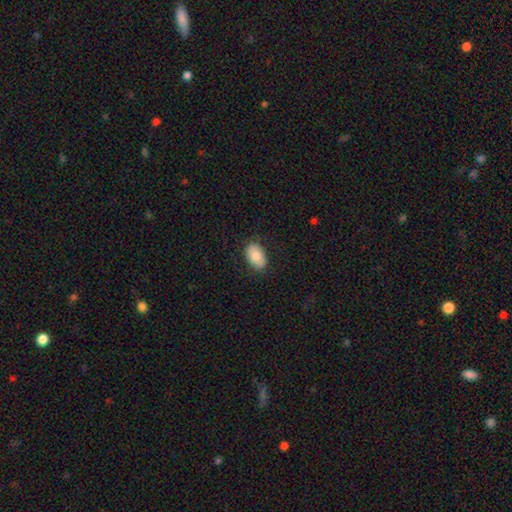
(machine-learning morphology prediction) smooth-or-featured: smooth: 77% | featured or disk: 16% | star or artifact: 7%
  how-rounded: in between: 89% | round: 10% | cigar-shaped: 1%
  merging: none: 82% | minor disturbance: 14% | major disturbance: 3% | merger: 1%